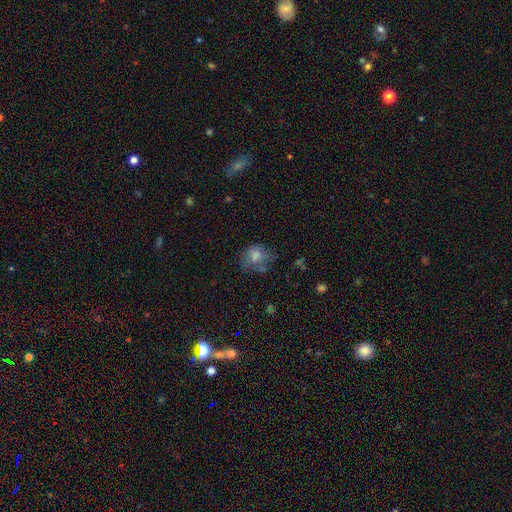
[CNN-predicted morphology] A smooth galaxy with no disk features (67%) that is round (55%).

Vote fractions:
- Smooth or featured? smooth: 67% / featured or disk: 21% / star or artifact: 12%
- How rounded? round: 55% / in between: 44% / cigar-shaped: 1%
- Merging? none: 40% / minor disturbance: 28% / major disturbance: 24% / merger: 8%